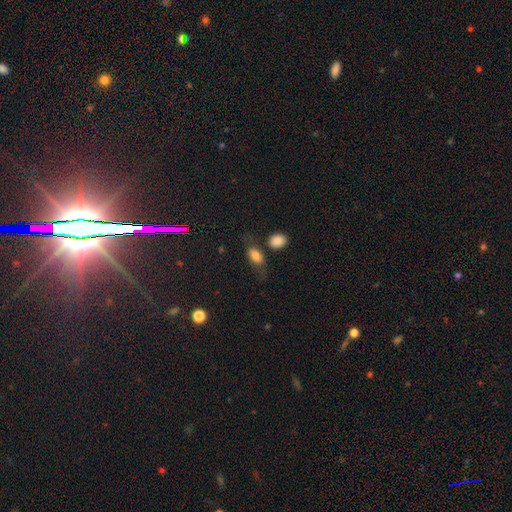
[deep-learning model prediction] Smooth or featured? Predicted: smooth (p=0.74). How rounded? Predicted: in between (p=0.83). Merging? Predicted: none (p=0.56).